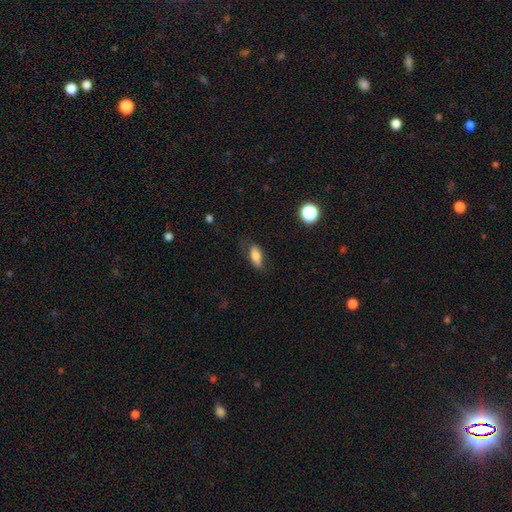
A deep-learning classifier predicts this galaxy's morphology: The model was most divided on "merging": none: 69%, minor disturbance: 21%, major disturbance: 8%, merger: 1%. More confident: how rounded — in between (81%); smooth or featured — smooth (78%).